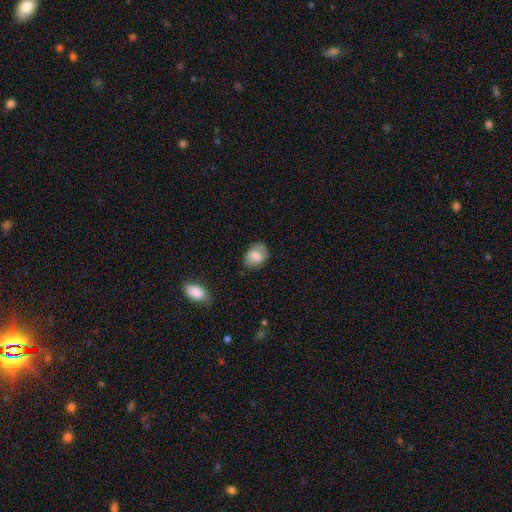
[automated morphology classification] A smooth galaxy with no disk features (67%) that is in between round and cigar-shaped (70%).

Vote fractions:
- Smooth or featured? smooth: 67% / featured or disk: 25% / star or artifact: 8%
- How rounded? in between: 70% / round: 29% / cigar-shaped: 1%
- Merging? none: 76% / minor disturbance: 18% / major disturbance: 5% / merger: 2%